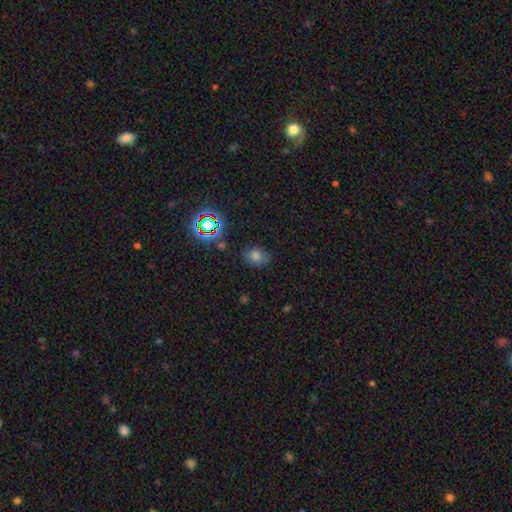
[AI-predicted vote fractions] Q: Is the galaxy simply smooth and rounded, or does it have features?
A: smooth — 68%.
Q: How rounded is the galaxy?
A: in between — 57%.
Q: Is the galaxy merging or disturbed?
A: none — 79%.